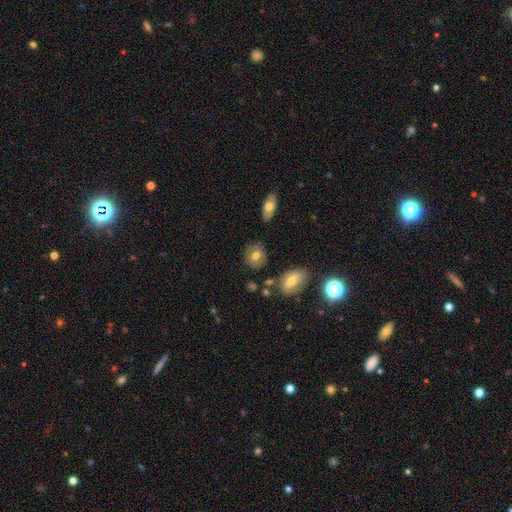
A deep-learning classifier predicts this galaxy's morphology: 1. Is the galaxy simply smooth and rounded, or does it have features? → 71% smooth, 20% featured or disk, 9% star or artifact.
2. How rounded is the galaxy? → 71% round, 28% in between, 1% cigar-shaped.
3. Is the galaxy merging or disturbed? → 79% none, 13% minor disturbance, 4% merger, 4% major disturbance.